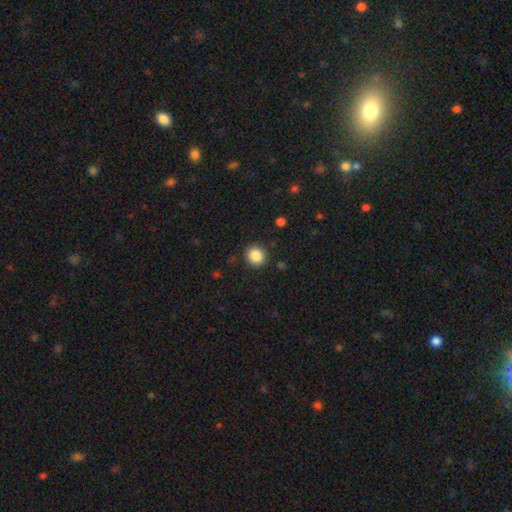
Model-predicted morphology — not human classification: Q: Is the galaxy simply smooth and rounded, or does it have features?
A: smooth — 87%.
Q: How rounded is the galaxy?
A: round — 85%.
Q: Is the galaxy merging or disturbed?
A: none — 90%.